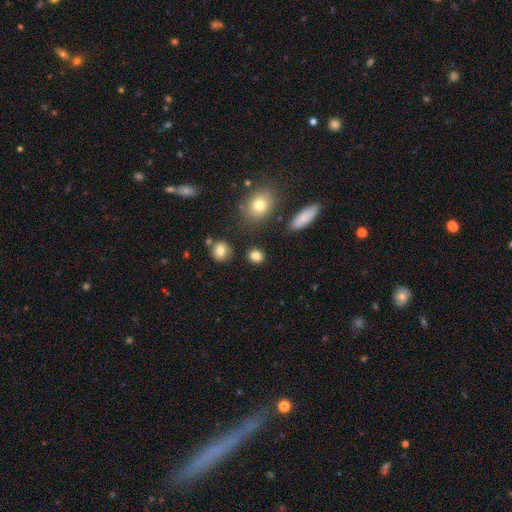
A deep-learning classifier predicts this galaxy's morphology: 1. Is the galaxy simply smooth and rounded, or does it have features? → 81% smooth, 12% star or artifact, 7% featured or disk.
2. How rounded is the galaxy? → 61% round, 36% in between, 2% cigar-shaped.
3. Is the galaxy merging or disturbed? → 83% none, 10% minor disturbance, 4% merger, 3% major disturbance.